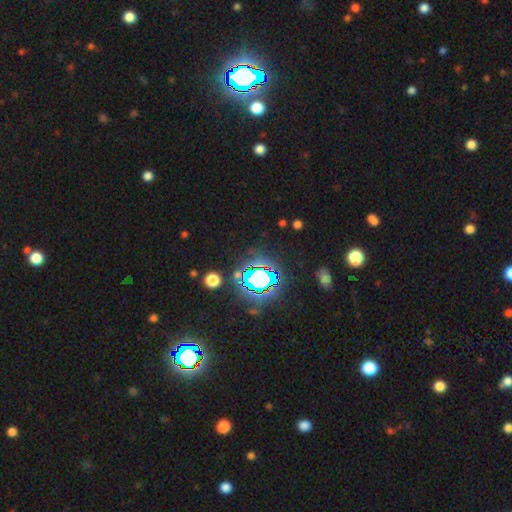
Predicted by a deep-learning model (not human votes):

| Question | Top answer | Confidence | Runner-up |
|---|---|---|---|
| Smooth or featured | star or artifact | 83% | smooth (10%) |